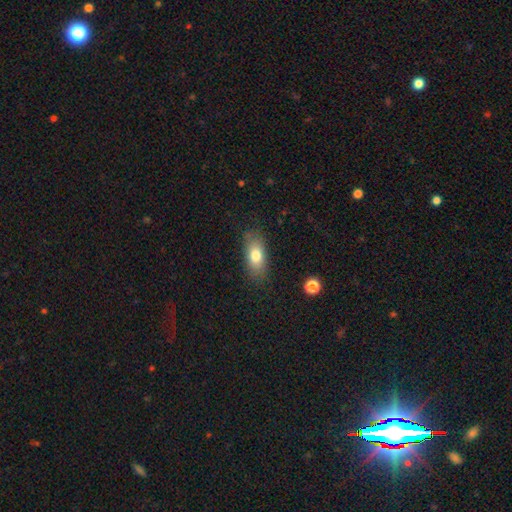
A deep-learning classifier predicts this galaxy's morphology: smooth-or-featured: smooth: 77% | featured or disk: 15% | star or artifact: 8%
  how-rounded: in between: 83% | cigar-shaped: 12% | round: 5%
  merging: none: 81% | minor disturbance: 13% | major disturbance: 4% | merger: 1%